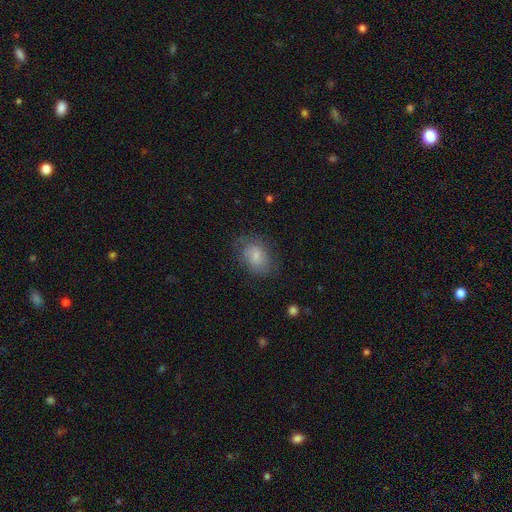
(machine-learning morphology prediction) type=smooth (67%); roundness=in between (73%); merging=none (65%).